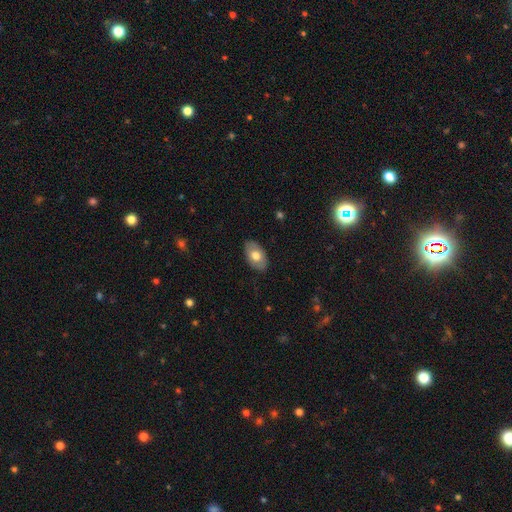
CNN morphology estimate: A smooth galaxy with no disk features (65%) that is in between round and cigar-shaped (91%). Merging: none (85%).